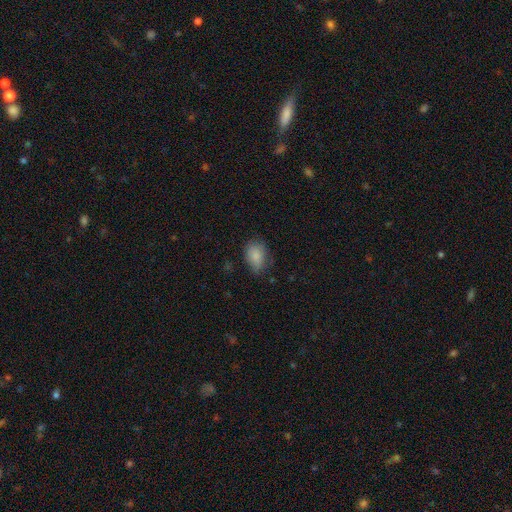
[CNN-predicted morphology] smooth 85%, star or artifact 8%, featured or disk 6%. Down the decision tree: how rounded — in between (78%); merging — none (68%).